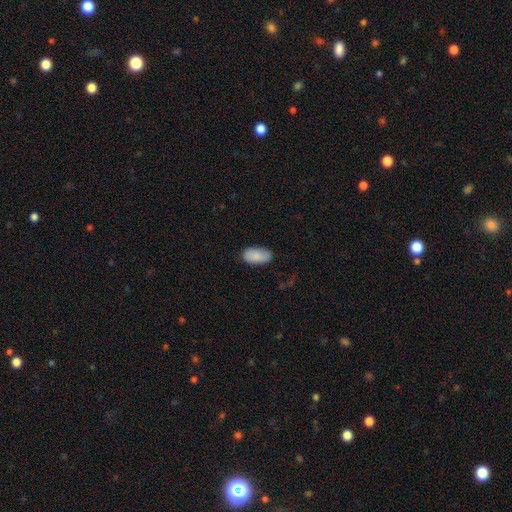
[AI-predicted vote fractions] Smooth or featured?
  - smooth: 87% *
  - star or artifact: 7%
  - featured or disk: 6%
How rounded?
  - in between: 94% *
  - round: 3%
  - cigar-shaped: 3%
Merging?
  - none: 79% *
  - minor disturbance: 17%
  - major disturbance: 3%
  - merger: 1%